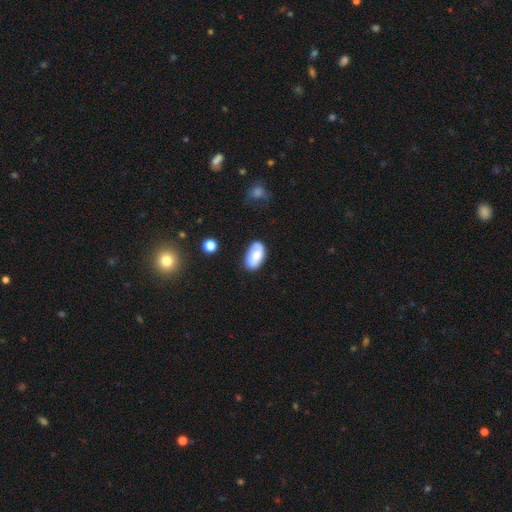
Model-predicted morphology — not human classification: The model was most divided on "smooth or featured": smooth: 64%, featured or disk: 28%, star or artifact: 8%. More confident: how rounded — in between (93%); merging — none (68%).